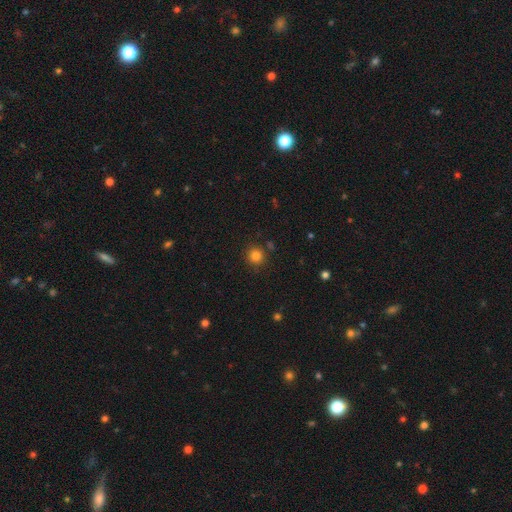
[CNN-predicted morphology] The model was most divided on "smooth or featured": smooth: 82%, star or artifact: 13%, featured or disk: 4%. More confident: how rounded — round (94%); merging — none (87%).